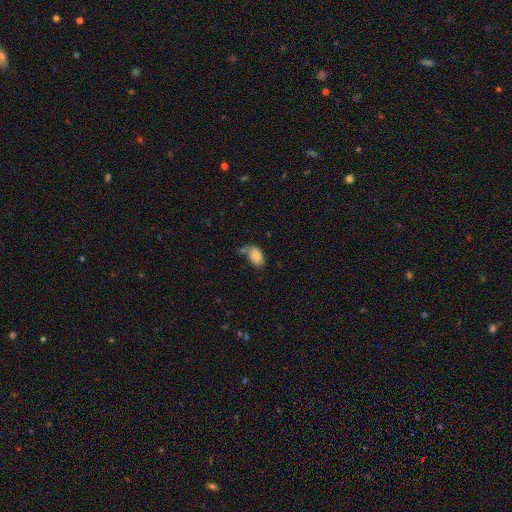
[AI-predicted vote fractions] Q: Smooth or featured?
A: smooth (81%); runner-up: featured or disk (11%)
Q: How rounded?
A: in between (90%); runner-up: round (9%)
Q: Merging?
A: none (50%); runner-up: minor disturbance (22%)